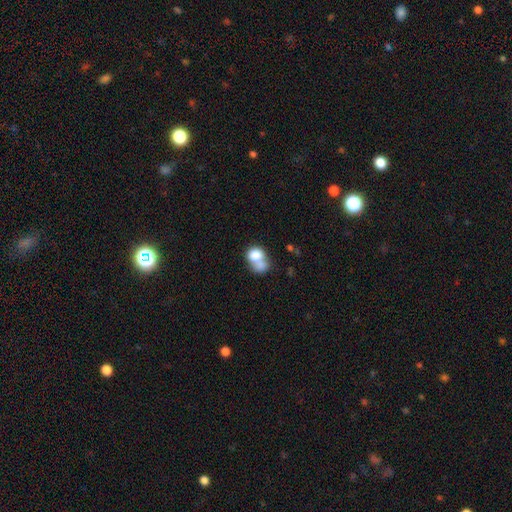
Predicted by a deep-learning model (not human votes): A smooth galaxy with no disk features (76%) that is round (57%).

Vote fractions:
- Smooth or featured? smooth: 76% / featured or disk: 15% / star or artifact: 9%
- How rounded? round: 57% / in between: 42% / cigar-shaped: 1%
- Merging? merger: 61% / none: 24% / minor disturbance: 9% / major disturbance: 6%